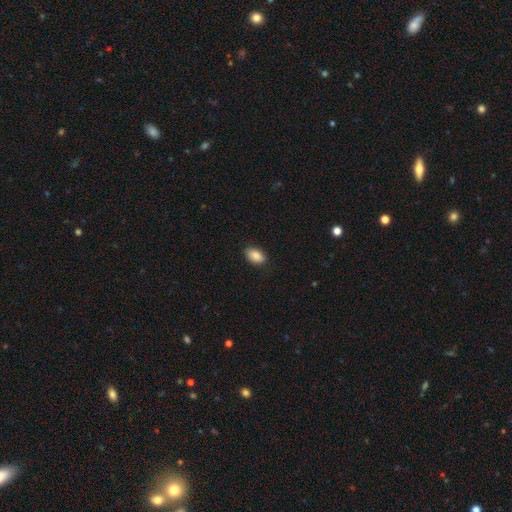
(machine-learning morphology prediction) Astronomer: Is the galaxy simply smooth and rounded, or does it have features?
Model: smooth — 88%.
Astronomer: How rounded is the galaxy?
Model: in between — 90%.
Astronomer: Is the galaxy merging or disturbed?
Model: none — 85%.